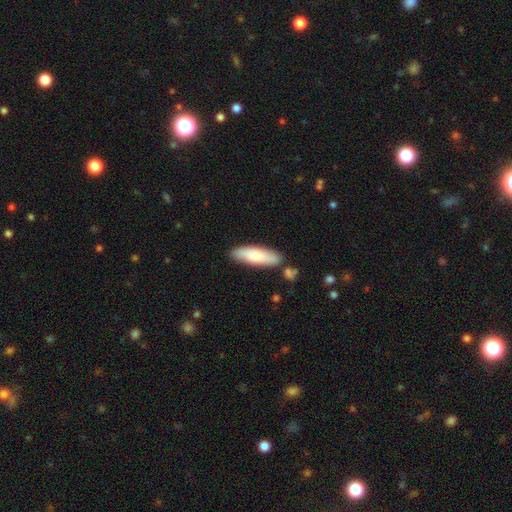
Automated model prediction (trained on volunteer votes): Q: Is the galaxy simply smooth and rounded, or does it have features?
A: smooth — 79%.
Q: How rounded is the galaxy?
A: cigar-shaped — 57%.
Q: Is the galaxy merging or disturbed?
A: none — 80%.